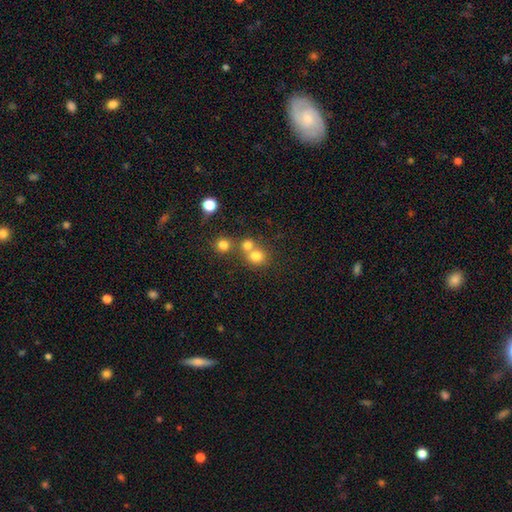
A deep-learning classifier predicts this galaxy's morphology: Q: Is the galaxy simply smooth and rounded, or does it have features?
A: smooth — 76%.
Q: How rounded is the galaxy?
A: round — 85%.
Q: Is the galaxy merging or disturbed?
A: none — 49%.